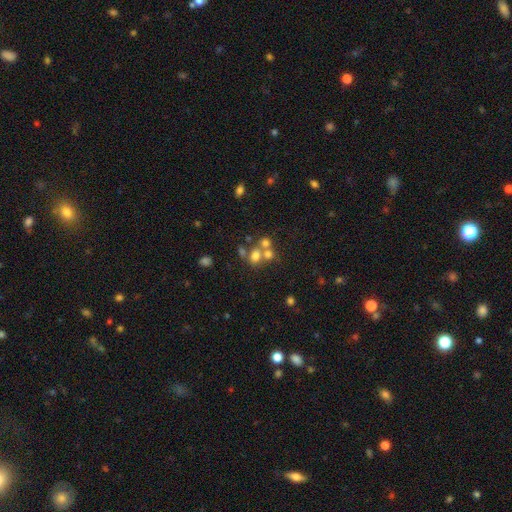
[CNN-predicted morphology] This appears to be a smooth galaxy with no disk features (63%) that is round (63%). Merging: merger (49%).